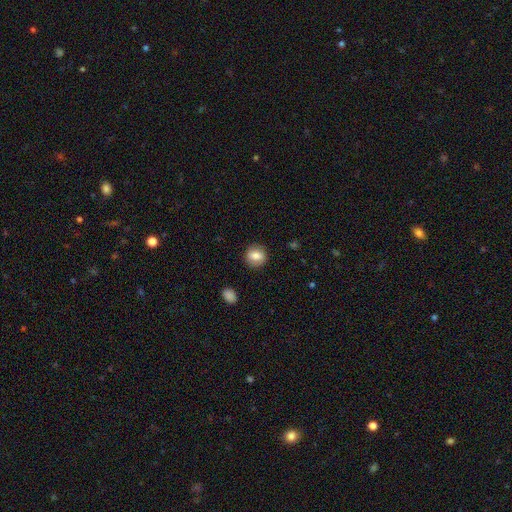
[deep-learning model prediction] smooth_or_featured: smooth (p=0.80) [alt: featured or disk p=0.11]
how_rounded: round (p=0.75) [alt: in between p=0.24]
merging: none (p=0.87) [alt: minor disturbance p=0.09]